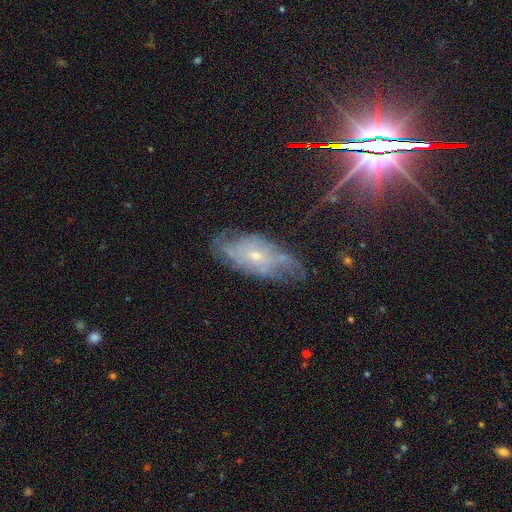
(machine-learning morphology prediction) This is likely a featured or disk galaxy (67%). It is clearly not viewed edge-on (87%). Bar: likely no (77%). Spiral arm pattern: likely yes (77%). Central bulge: likely small (71%). Merging: likely none (65%).